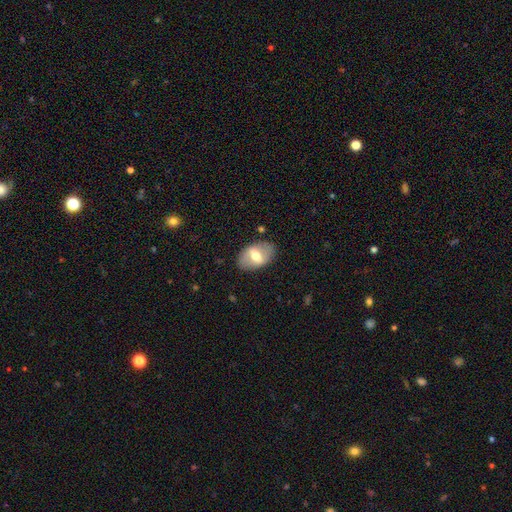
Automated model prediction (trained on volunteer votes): smooth-or-featured: smooth: 48% | featured or disk: 45% | star or artifact: 6%
  merging: none: 83% | minor disturbance: 12% | major disturbance: 4% | merger: 1%